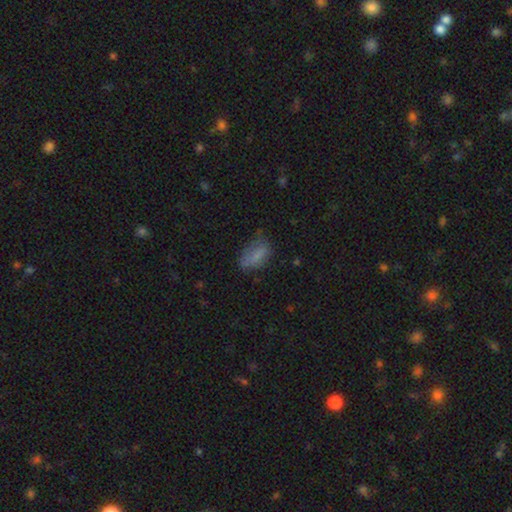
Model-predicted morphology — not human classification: Overall: smooth (75%). How rounded: in between (85%). Merging: none (55%; minor disturbance 30%).